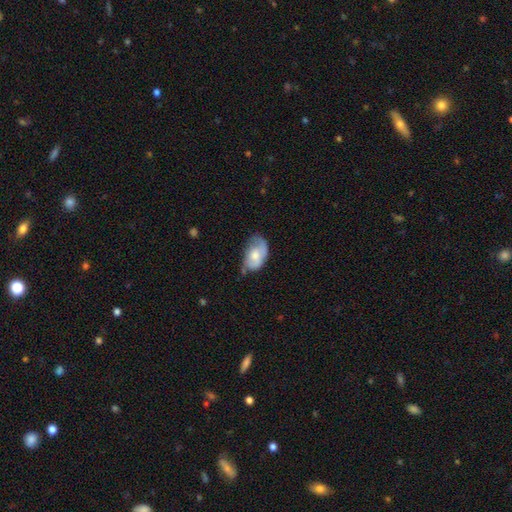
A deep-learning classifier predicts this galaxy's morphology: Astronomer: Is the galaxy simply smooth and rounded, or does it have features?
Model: smooth — 52% (runner-up: featured or disk, 41%).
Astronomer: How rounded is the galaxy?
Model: in between — 90%.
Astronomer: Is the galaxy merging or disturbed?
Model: none — 40% (runner-up: minor disturbance, 38%).